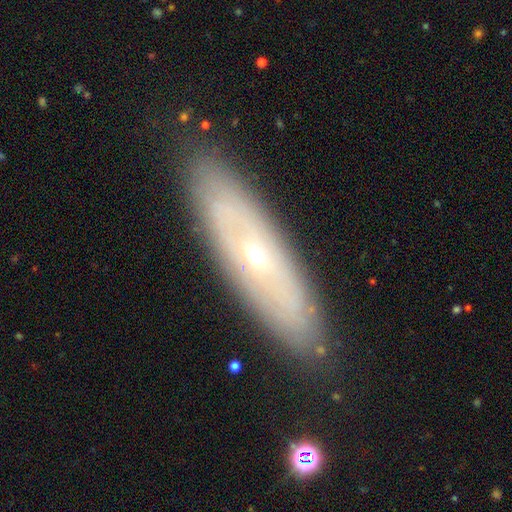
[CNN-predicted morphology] A featured or disk galaxy (66%).

Vote fractions:
- Smooth or featured? featured or disk: 66% / smooth: 27% / star or artifact: 7%
- Edge-on disk? no: 66% / yes: 34%
- Merging? none: 86% / minor disturbance: 10% / major disturbance: 3% / merger: 1%